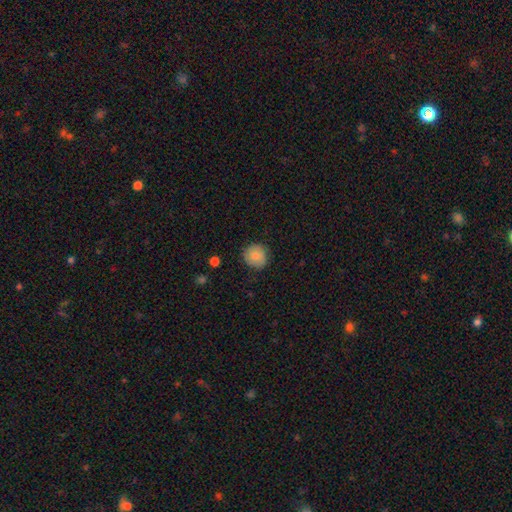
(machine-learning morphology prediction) The model was most divided on "merging": none: 83%, minor disturbance: 13%, major disturbance: 3%, merger: 1%. More confident: how rounded — round (89%); smooth or featured — smooth (84%).